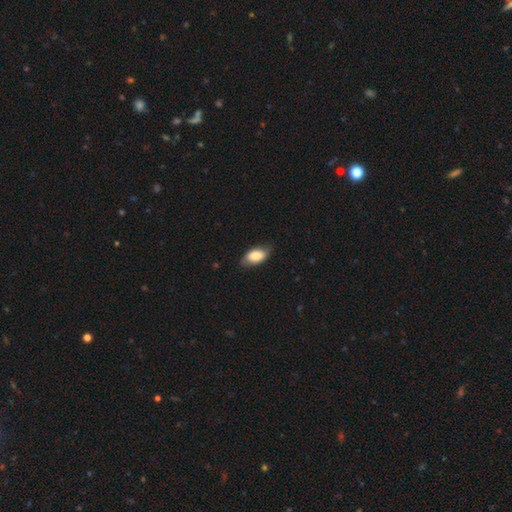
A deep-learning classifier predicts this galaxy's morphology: Overall: smooth (78%). How rounded: in between (93%). Merging: none (75%).